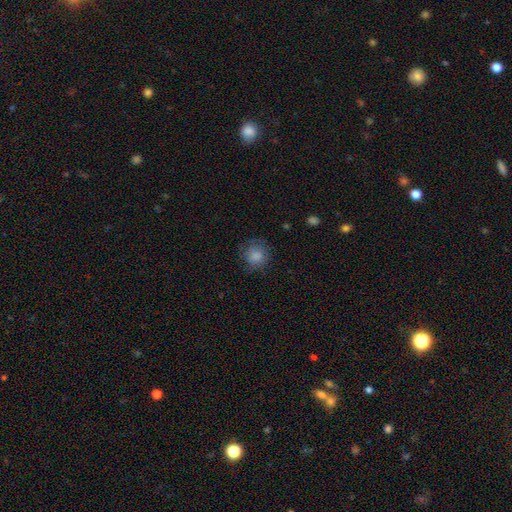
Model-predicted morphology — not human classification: Q: Smooth or featured?
A: smooth (84%); runner-up: star or artifact (9%)
Q: How rounded?
A: round (87%); runner-up: in between (12%)
Q: Merging?
A: none (75%); runner-up: minor disturbance (17%)